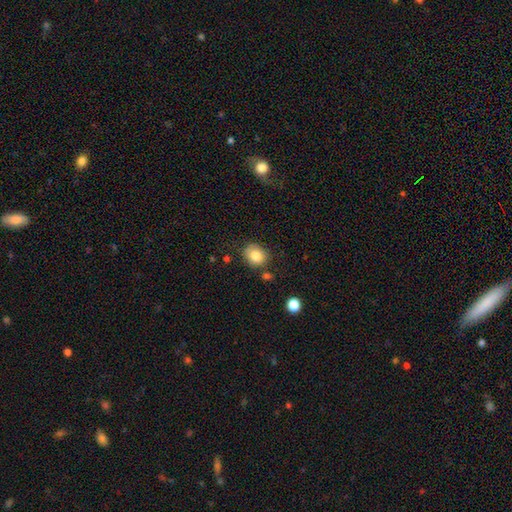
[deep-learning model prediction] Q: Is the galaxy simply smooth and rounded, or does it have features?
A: smooth — 84%.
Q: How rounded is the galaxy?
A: round — 62%.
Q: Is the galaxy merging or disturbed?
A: none — 75%.